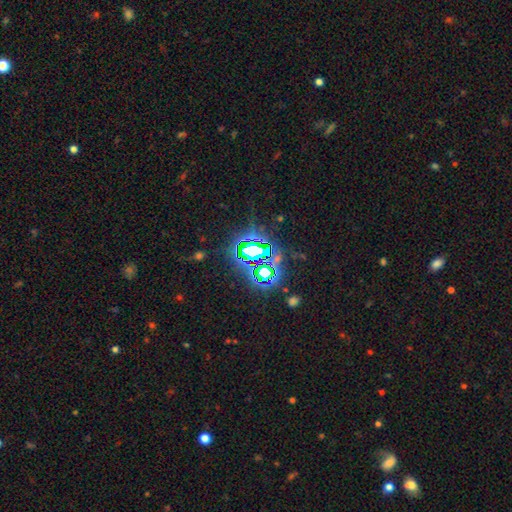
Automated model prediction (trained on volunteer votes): A star or artifact, not a galaxy (78%).

Vote fractions:
- Smooth or featured? star or artifact: 78% / smooth: 12% / featured or disk: 10%